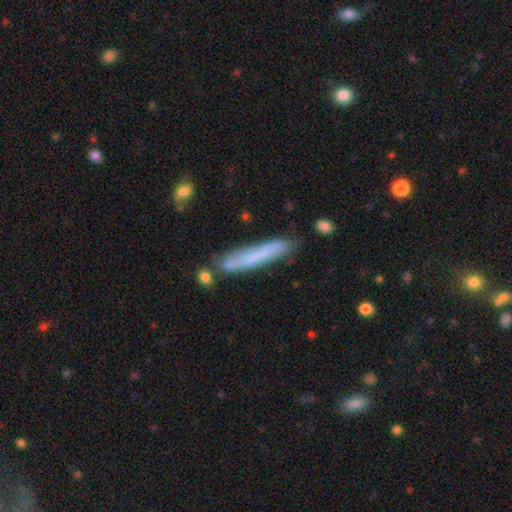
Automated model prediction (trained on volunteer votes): Smooth or featured?
  - smooth: 65% *
  - featured or disk: 28%
  - star or artifact: 7%
How rounded?
  - cigar-shaped: 94% *
  - in between: 5%
  - round: 1%
Merging?
  - none: 75% *
  - minor disturbance: 15%
  - merger: 7%
  - major disturbance: 3%